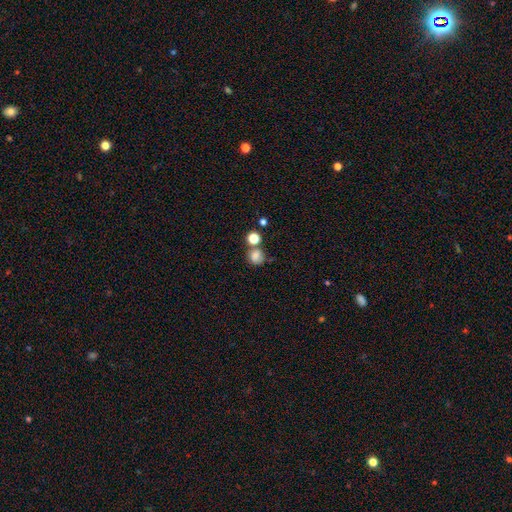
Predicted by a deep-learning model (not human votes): Smooth or featured? Predicted: smooth (p=0.79). How rounded? Predicted: round (p=0.84). Merging? Predicted: none (p=0.60).